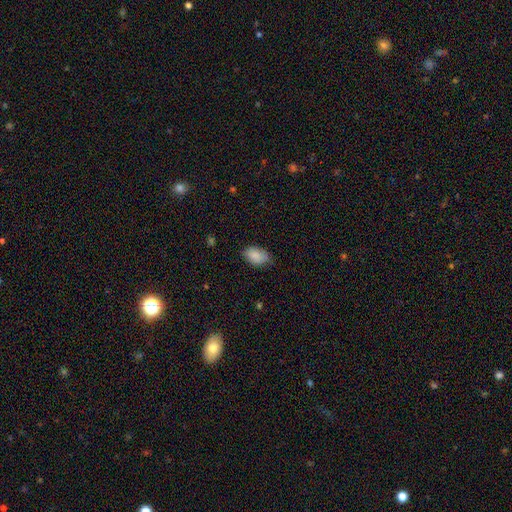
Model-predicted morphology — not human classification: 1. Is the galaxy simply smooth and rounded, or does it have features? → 88% smooth, 7% star or artifact, 5% featured or disk.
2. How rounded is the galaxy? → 91% in between, 8% round, 2% cigar-shaped.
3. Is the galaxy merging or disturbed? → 72% none, 23% minor disturbance, 4% major disturbance, 1% merger.